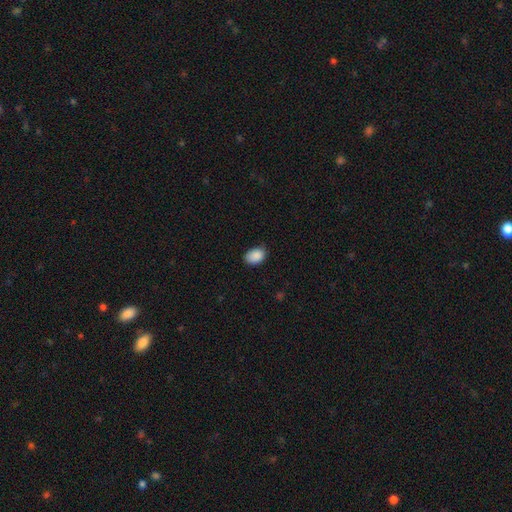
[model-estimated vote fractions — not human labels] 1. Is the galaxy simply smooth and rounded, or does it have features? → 89% smooth, 8% star or artifact, 4% featured or disk.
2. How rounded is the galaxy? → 76% in between, 23% round, 1% cigar-shaped.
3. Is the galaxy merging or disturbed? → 73% none, 23% minor disturbance, 3% major disturbance, 1% merger.